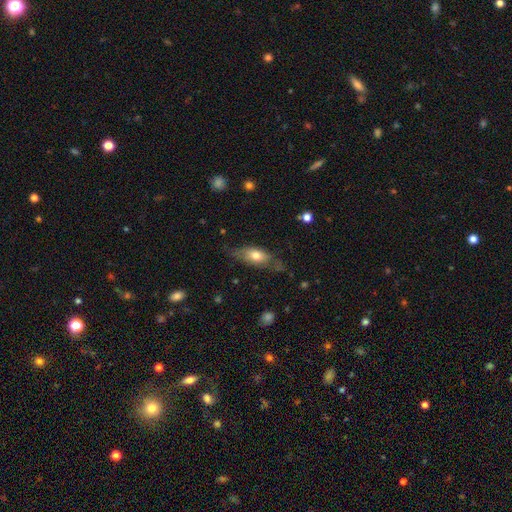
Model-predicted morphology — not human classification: Smooth or featured?
  - smooth: 63% *
  - featured or disk: 30%
  - star or artifact: 7%
How rounded?
  - in between: 76% *
  - cigar-shaped: 20%
  - round: 4%
Merging?
  - none: 59% *
  - minor disturbance: 29%
  - major disturbance: 10%
  - merger: 2%